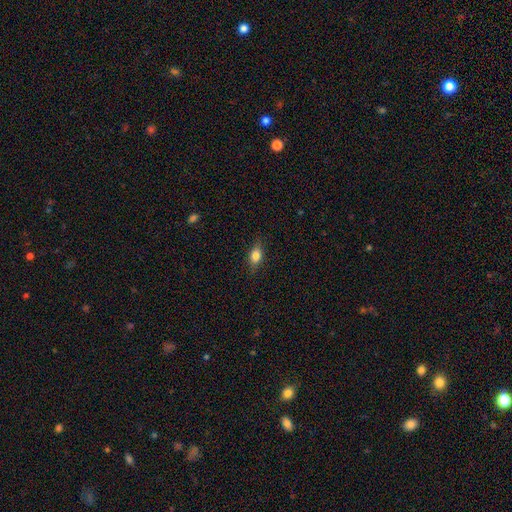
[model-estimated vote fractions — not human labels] Smooth or featured? Predicted: smooth (p=0.81). How rounded? Predicted: in between (p=0.78). Merging? Predicted: none (p=0.84).